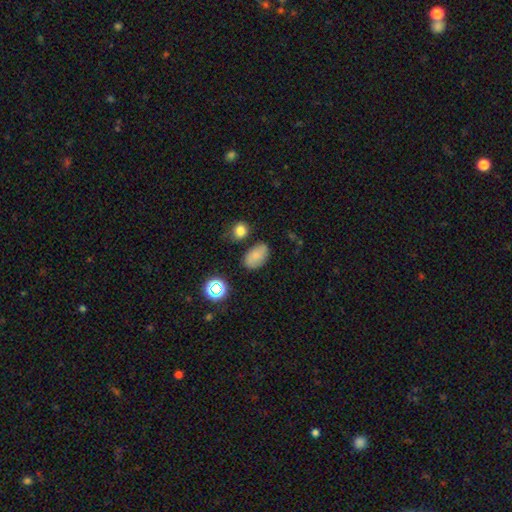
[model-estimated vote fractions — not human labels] A smooth galaxy with no disk features (75%) that is in between round and cigar-shaped (88%).

Vote fractions:
- Smooth or featured? smooth: 75% / star or artifact: 13% / featured or disk: 13%
- How rounded? in between: 88% / round: 10% / cigar-shaped: 1%
- Merging? none: 74% / minor disturbance: 16% / merger: 5% / major disturbance: 4%